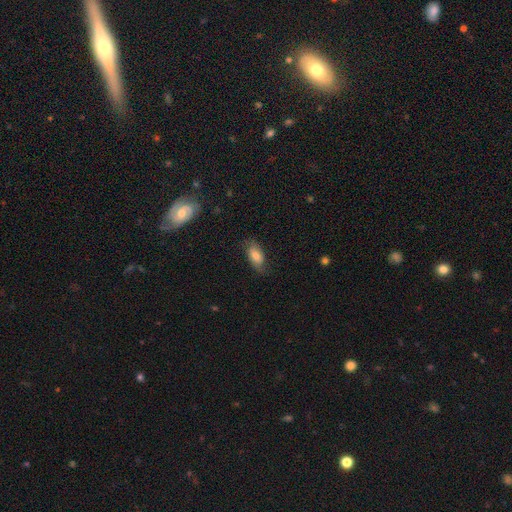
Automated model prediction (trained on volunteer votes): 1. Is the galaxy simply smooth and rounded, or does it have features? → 65% smooth, 28% featured or disk, 8% star or artifact.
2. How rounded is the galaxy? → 89% in between, 7% cigar-shaped, 4% round.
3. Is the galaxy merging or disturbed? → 71% none, 21% minor disturbance, 7% major disturbance, 1% merger.